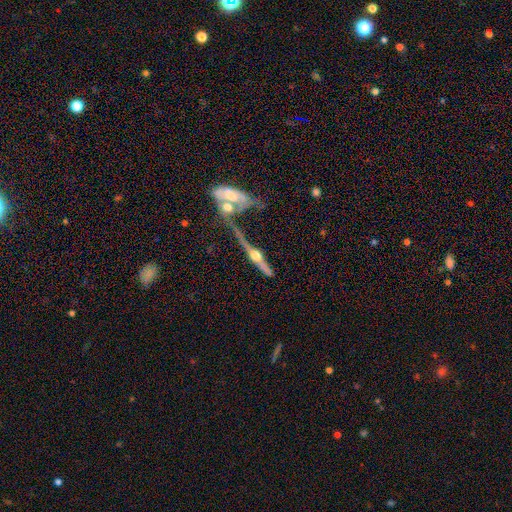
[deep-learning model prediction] featured or disk 79%, smooth 12%, star or artifact 8%. Down the decision tree: edge-on disk — yes (92%); edge-on bulge — rounded (95%); merging — none (50%).